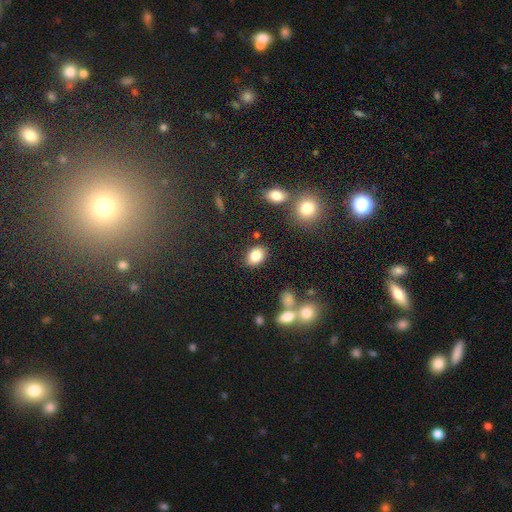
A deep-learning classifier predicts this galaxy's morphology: smooth 83%, star or artifact 9%, featured or disk 8%. Down the decision tree: how rounded — in between (75%); merging — none (84%).